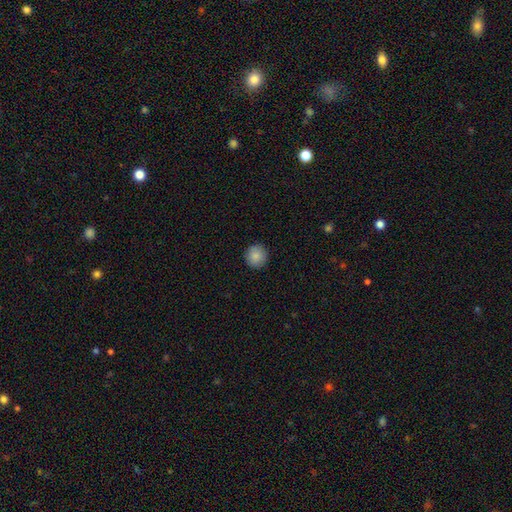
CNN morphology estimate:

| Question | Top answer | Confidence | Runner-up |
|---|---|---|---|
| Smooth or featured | smooth | 87% | star or artifact (8%) |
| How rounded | round | 92% | in between (7%) |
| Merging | none | 91% | minor disturbance (6%) |